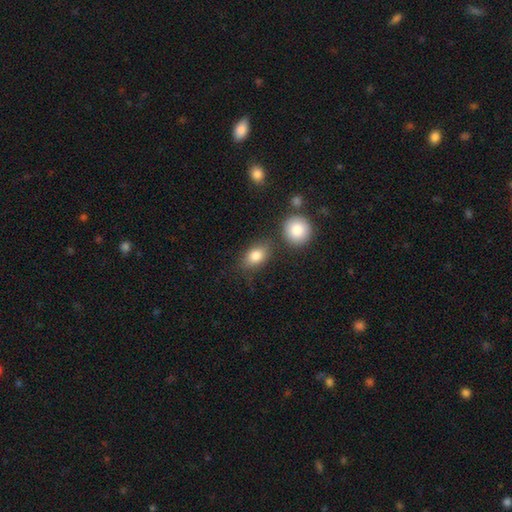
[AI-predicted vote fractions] A smooth galaxy with no disk features (83%) that is in between round and cigar-shaped (75%).

Vote fractions:
- Smooth or featured? smooth: 83% / featured or disk: 9% / star or artifact: 9%
- How rounded? in between: 75% / round: 23% / cigar-shaped: 2%
- Merging? none: 70% / minor disturbance: 14% / merger: 12% / major disturbance: 5%